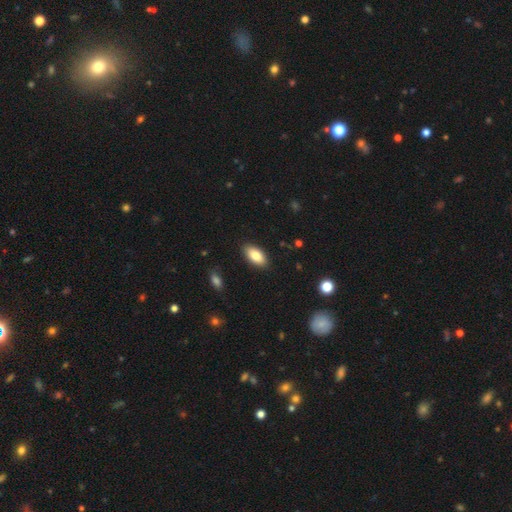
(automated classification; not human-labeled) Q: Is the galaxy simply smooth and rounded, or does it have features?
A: smooth — 83%.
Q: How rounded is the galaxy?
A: in between — 92%.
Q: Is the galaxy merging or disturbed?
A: none — 88%.